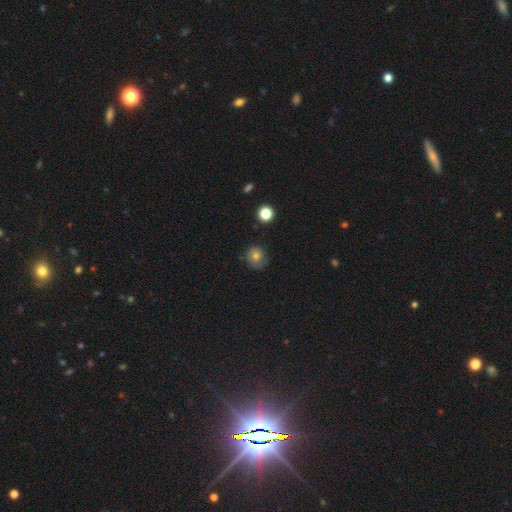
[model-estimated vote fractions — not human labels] smooth-or-featured: smooth: 66% | featured or disk: 22% | star or artifact: 12%
  how-rounded: round: 84% | in between: 15% | cigar-shaped: 1%
  merging: none: 68% | minor disturbance: 22% | major disturbance: 8% | merger: 2%